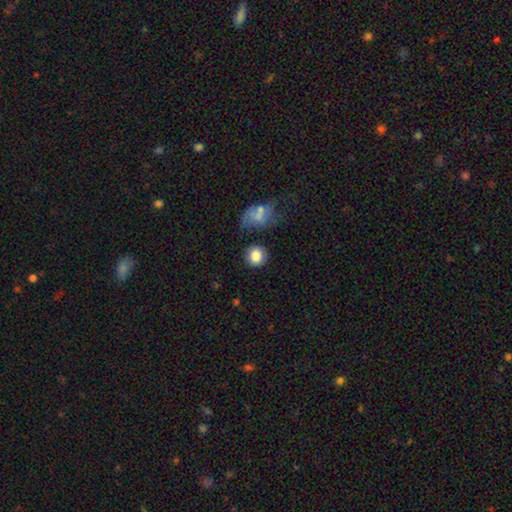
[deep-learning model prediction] smooth_or_featured: smooth (p=0.85) [alt: star or artifact p=0.08]
how_rounded: round (p=0.87) [alt: in between p=0.12]
merging: none (p=0.76) [alt: minor disturbance p=0.13]